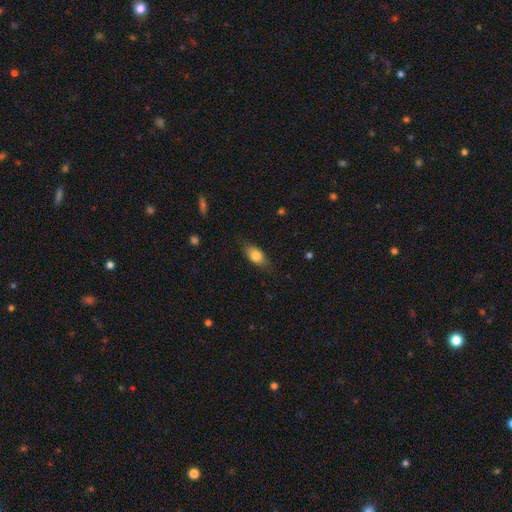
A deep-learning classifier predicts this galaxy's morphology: smooth_or_featured: smooth (p=0.79) [alt: featured or disk p=0.14]
how_rounded: in between (p=0.82) [alt: cigar-shaped p=0.10]
merging: none (p=0.76) [alt: minor disturbance p=0.18]